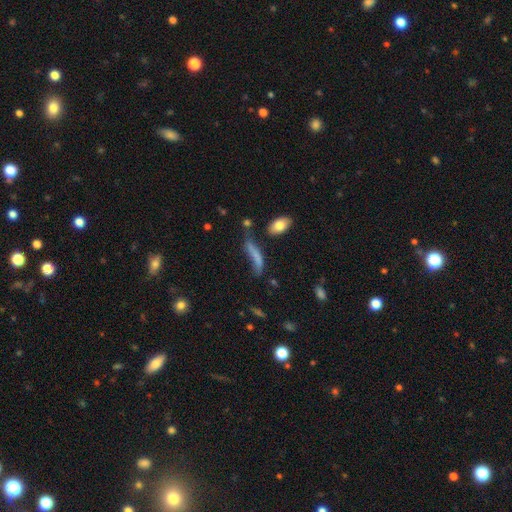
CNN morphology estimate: smooth 61%, featured or disk 27%, star or artifact 13%. Down the decision tree: how rounded — cigar-shaped (62%); merging — none (34%).